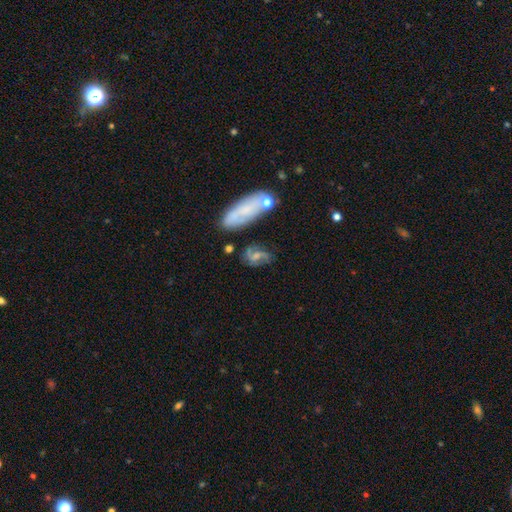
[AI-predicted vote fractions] Q: Smooth or featured?
A: featured or disk (68%); runner-up: smooth (23%)
Q: Edge-on disk?
A: no (95%); runner-up: yes (5%)
Q: Bar?
A: no (47%); runner-up: weak (41%)
Q: Spiral arms?
A: yes (90%); runner-up: no (10%)
Q: Spiral winding?
A: loose (45%); runner-up: medium (41%)
Q: Spiral arm count?
A: 2 (78%); runner-up: can't tell (9%)
Q: Bulge size?
A: small (43%); runner-up: moderate (35%)
Q: Merging?
A: none (60%); runner-up: minor disturbance (20%)